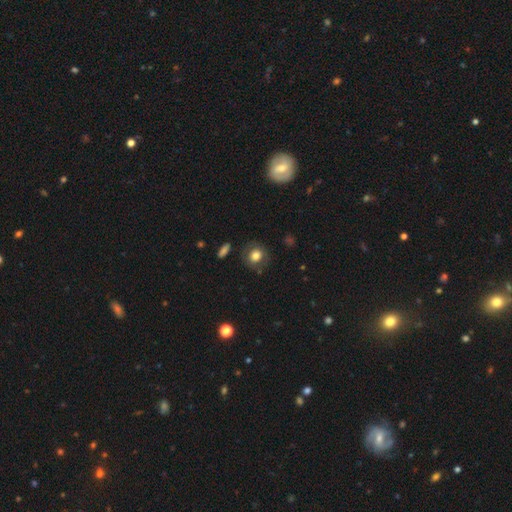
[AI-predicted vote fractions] smooth 73%, featured or disk 17%, star or artifact 10%. Down the decision tree: how rounded — round (81%); merging — none (80%).